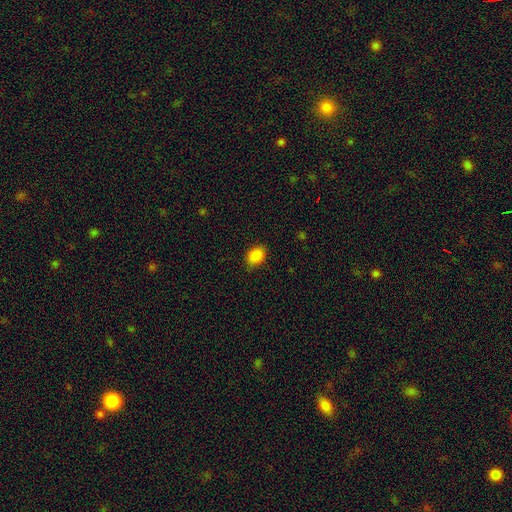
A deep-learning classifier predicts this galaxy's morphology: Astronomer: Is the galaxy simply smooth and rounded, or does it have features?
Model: smooth — 86%.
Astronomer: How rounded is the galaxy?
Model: in between — 68%.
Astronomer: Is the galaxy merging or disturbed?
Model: none — 86%.